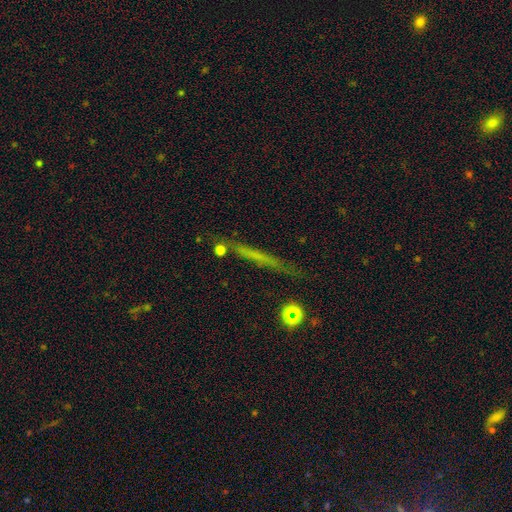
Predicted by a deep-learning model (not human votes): smooth_or_featured: smooth (p=0.42) [alt: featured or disk p=0.40]
merging: none (p=0.78) [alt: minor disturbance p=0.13]